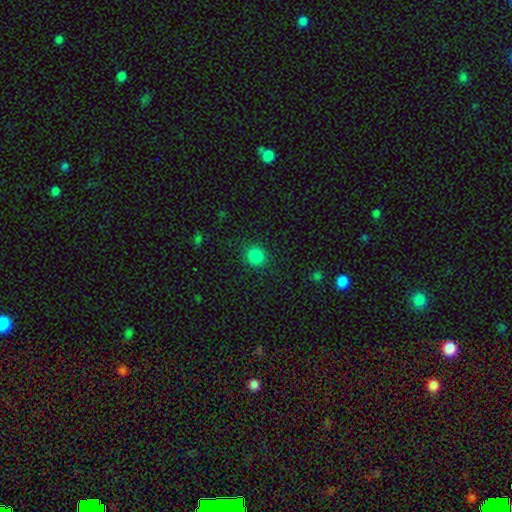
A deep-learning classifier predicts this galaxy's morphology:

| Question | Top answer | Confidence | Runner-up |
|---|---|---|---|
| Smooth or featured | smooth | 85% | star or artifact (12%) |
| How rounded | round | 88% | in between (11%) |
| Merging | none | 89% | minor disturbance (7%) |